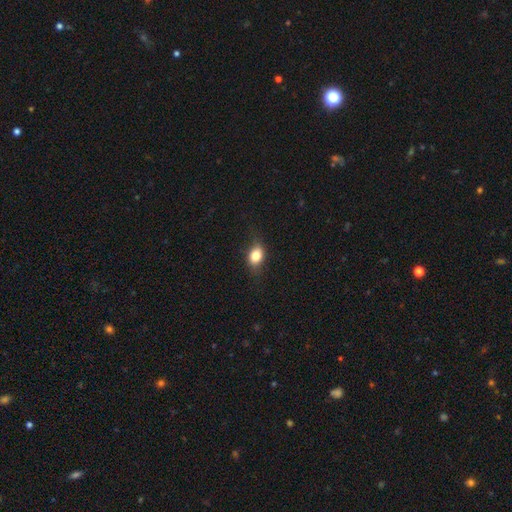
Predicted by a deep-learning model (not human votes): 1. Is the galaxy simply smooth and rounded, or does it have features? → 80% smooth, 11% featured or disk, 9% star or artifact.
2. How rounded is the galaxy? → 69% in between, 29% round, 2% cigar-shaped.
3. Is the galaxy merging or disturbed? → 73% none, 20% minor disturbance, 6% major disturbance, 1% merger.